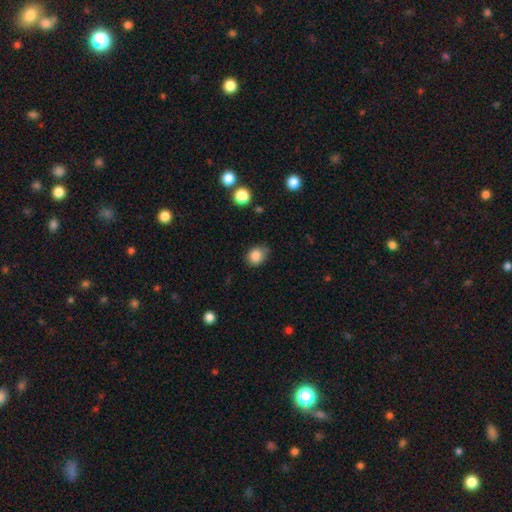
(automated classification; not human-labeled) This appears to be a smooth galaxy with no disk features (85%) that is in between round and cigar-shaped (51%). Merging: none (63%).